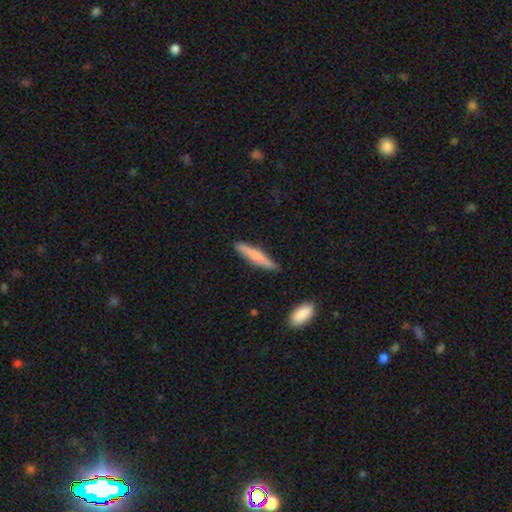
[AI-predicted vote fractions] smooth_or_featured: smooth (p=0.70) [alt: featured or disk p=0.25]
how_rounded: cigar-shaped (p=0.92) [alt: in between p=0.07]
merging: none (p=0.81) [alt: minor disturbance p=0.15]